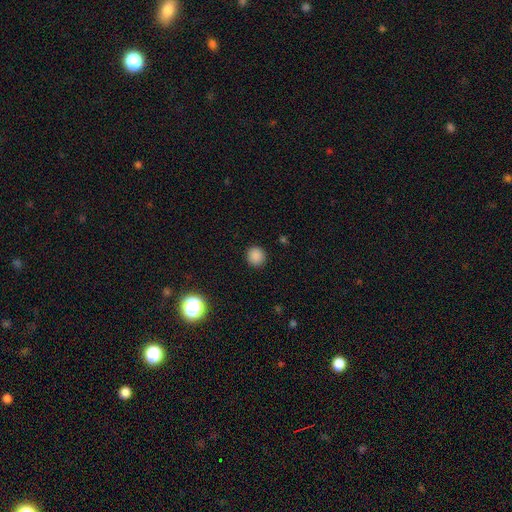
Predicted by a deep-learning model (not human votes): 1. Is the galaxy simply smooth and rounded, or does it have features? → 87% smooth, 11% star or artifact, 3% featured or disk.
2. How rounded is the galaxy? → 93% round, 6% in between, 1% cigar-shaped.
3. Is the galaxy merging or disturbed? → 92% none, 5% minor disturbance, 2% major disturbance, 1% merger.